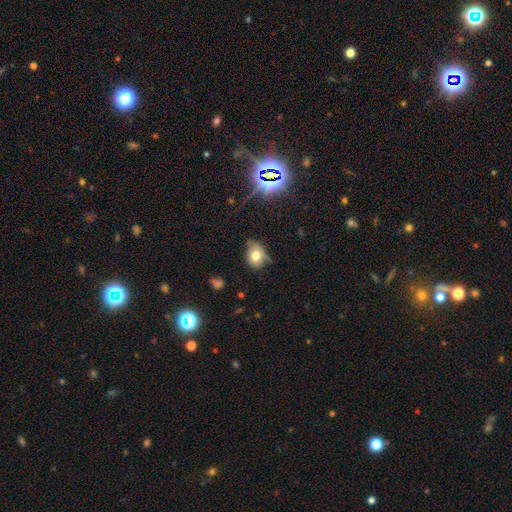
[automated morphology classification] smooth_or_featured: smooth (p=0.72) [alt: featured or disk p=0.15]
how_rounded: in between (p=0.56) [alt: round p=0.42]
merging: none (p=0.50) [alt: minor disturbance p=0.37]